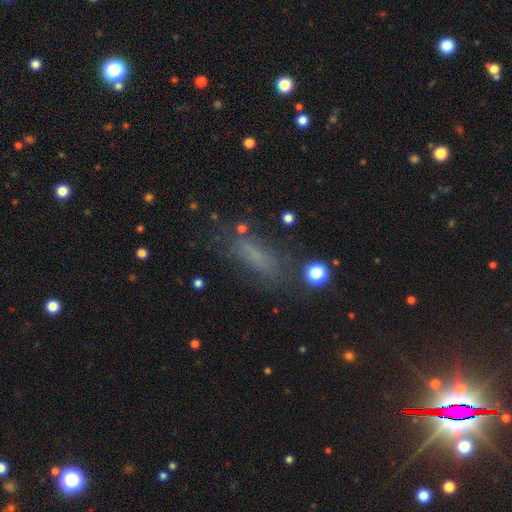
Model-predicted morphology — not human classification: This appears to be a smooth galaxy with no disk features (59%) that is in between round and cigar-shaped (54%). Merging: none (63%).